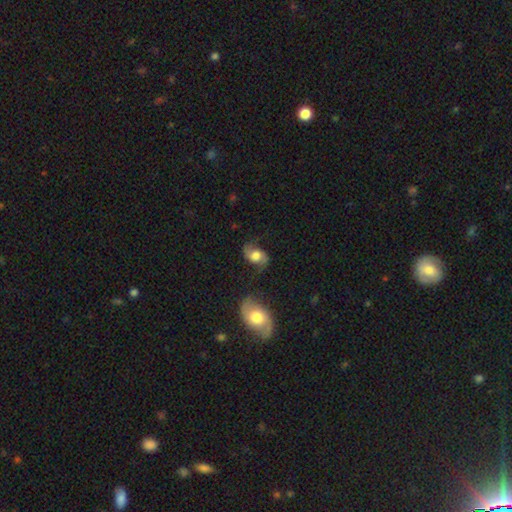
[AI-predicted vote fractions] Smooth or featured?
  - featured or disk: 66% *
  - smooth: 27%
  - star or artifact: 8%
Edge-on disk?
  - no: 96% *
  - yes: 4%
Bar?
  - no: 61% *
  - weak: 32%
  - strong: 7%
Spiral arms?
  - yes: 91% *
  - no: 9%
Spiral winding?
  - loose: 59% *
  - medium: 33%
  - tight: 8%
Spiral arm count?
  - 2: 92% *
  - can't tell: 3%
  - 1: 2%
  - 3: 1%
  - 4: 1%
  - more than 4: 1%
Bulge size?
  - moderate: 45% *
  - large: 39%
  - small: 9%
  - dominant: 4%
  - none: 3%
Merging?
  - none: 65% *
  - minor disturbance: 20%
  - major disturbance: 9%
  - merger: 6%